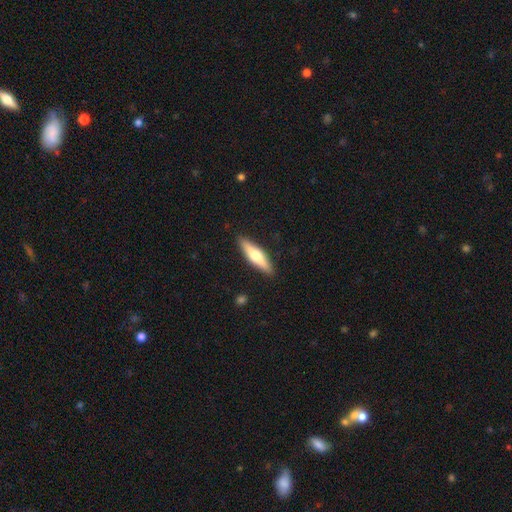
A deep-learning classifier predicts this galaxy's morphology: smooth 51%, featured or disk 44%, star or artifact 5%. Down the decision tree: how rounded — cigar-shaped (71%); merging — none (89%).